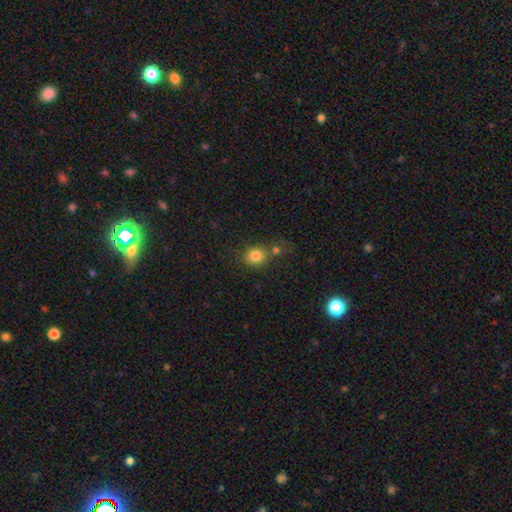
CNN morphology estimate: Smooth or featured?
  - smooth: 81% *
  - star or artifact: 11%
  - featured or disk: 8%
How rounded?
  - round: 74% *
  - in between: 25%
  - cigar-shaped: 1%
Merging?
  - none: 60% *
  - merger: 23%
  - minor disturbance: 13%
  - major disturbance: 5%